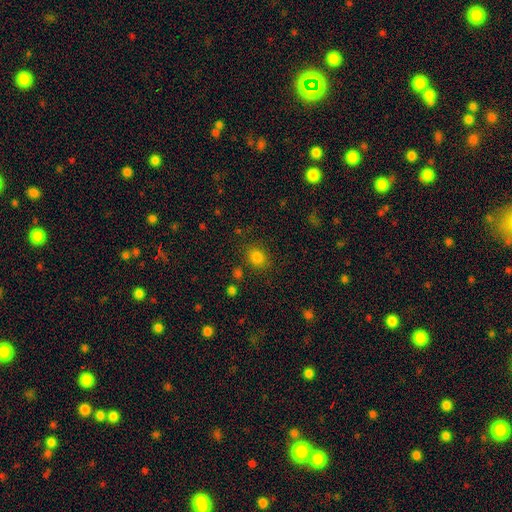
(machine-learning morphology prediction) The model was most divided on "how rounded": round: 64%, in between: 35%, cigar-shaped: 1%. More confident: merging — none (84%); smooth or featured — smooth (75%).